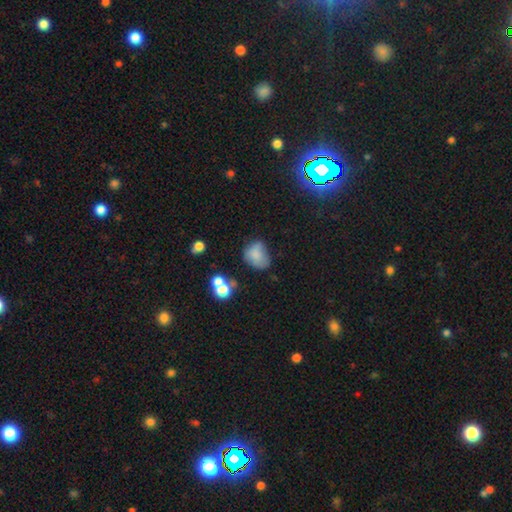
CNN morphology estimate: type=smooth (74%); roundness=in between (57%); merging=none (43%).